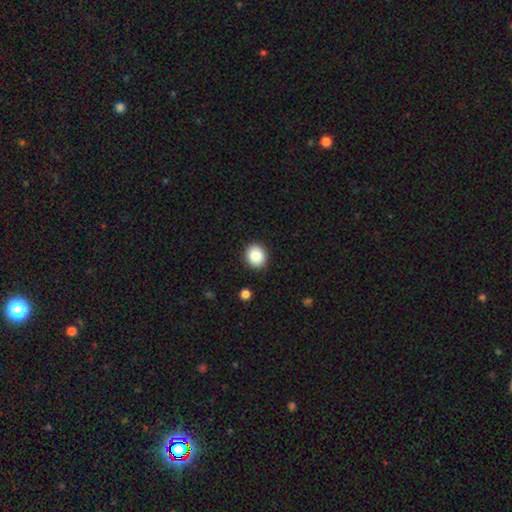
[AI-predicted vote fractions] Morphology: type=smooth (87%); roundness=round (70%); merging=none (90%).